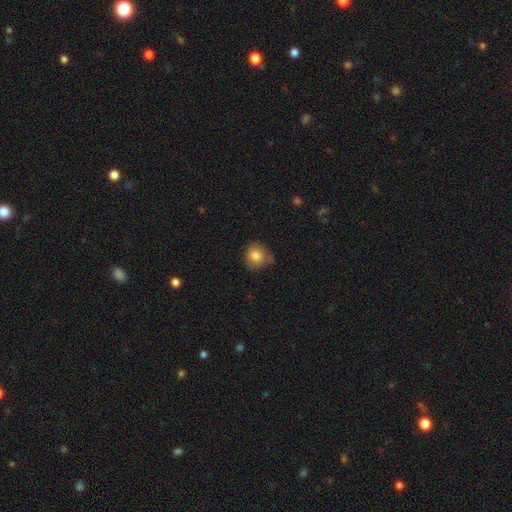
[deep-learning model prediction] smooth_or_featured: smooth (p=0.83) [alt: star or artifact p=0.09]
how_rounded: round (p=0.88) [alt: in between p=0.11]
merging: none (p=0.63) [alt: minor disturbance p=0.27]